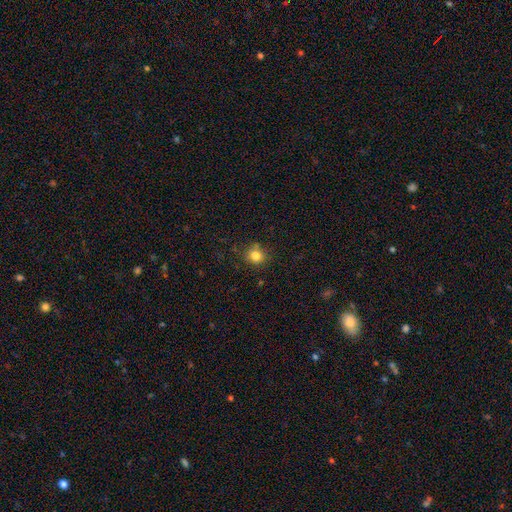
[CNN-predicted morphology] Q: Smooth or featured?
A: smooth (81%); runner-up: star or artifact (13%)
Q: How rounded?
A: round (83%); runner-up: in between (16%)
Q: Merging?
A: none (78%); runner-up: minor disturbance (13%)